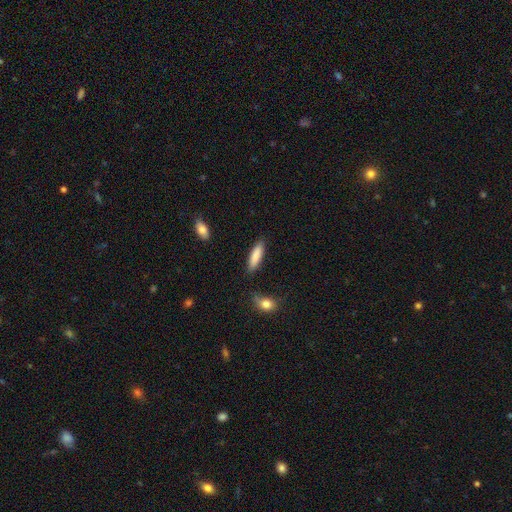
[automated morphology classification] smooth-or-featured: smooth: 86% | featured or disk: 8% | star or artifact: 6%
  how-rounded: cigar-shaped: 62% | in between: 37% | round: 2%
  merging: none: 84% | minor disturbance: 11% | merger: 3% | major disturbance: 3%